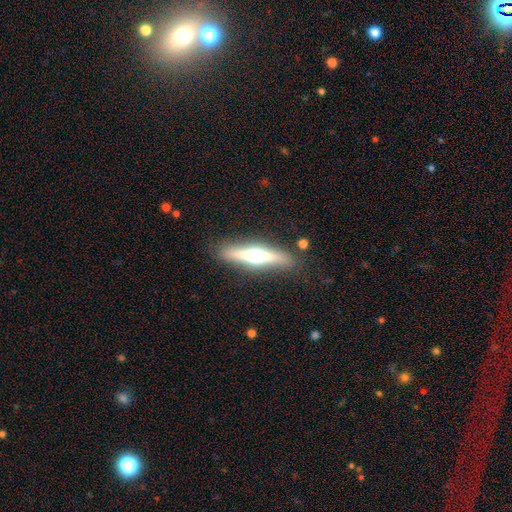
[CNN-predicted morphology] The model was most divided on "smooth or featured": featured or disk: 66%, smooth: 28%, star or artifact: 7%. More confident: edge-on disk — yes (94%); edge-on bulge — rounded (91%); merging — none (86%).